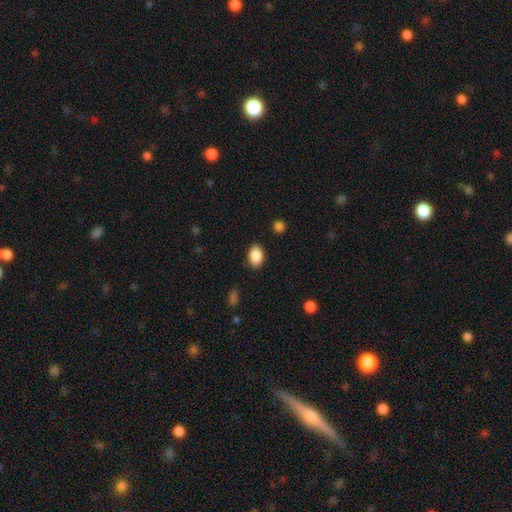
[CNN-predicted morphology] Smooth or featured: smooth — 89% (star or artifact — 7%)
How rounded: in between — 85% (round — 13%)
Merging: none — 85% (minor disturbance — 11%)